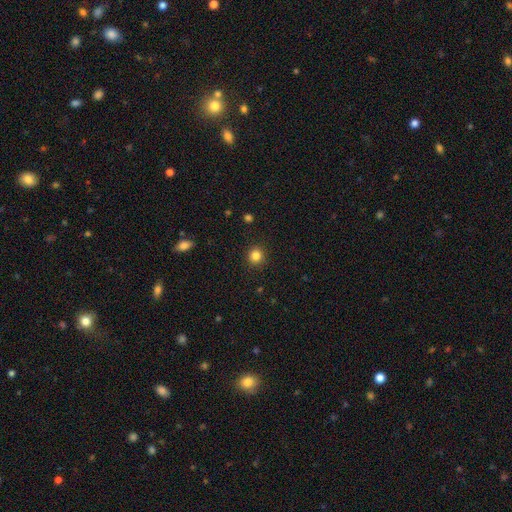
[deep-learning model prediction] Smooth or featured?
  - smooth: 84% *
  - star or artifact: 12%
  - featured or disk: 4%
How rounded?
  - round: 92% *
  - in between: 7%
  - cigar-shaped: 1%
Merging?
  - none: 92% *
  - minor disturbance: 5%
  - major disturbance: 2%
  - merger: 1%